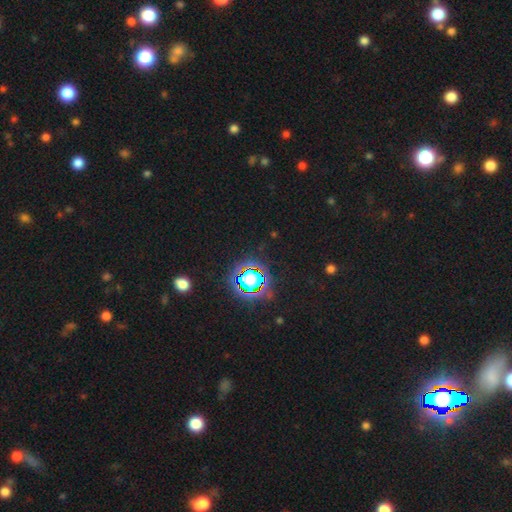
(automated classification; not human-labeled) smooth-or-featured: star or artifact: 82% | smooth: 11% | featured or disk: 7%